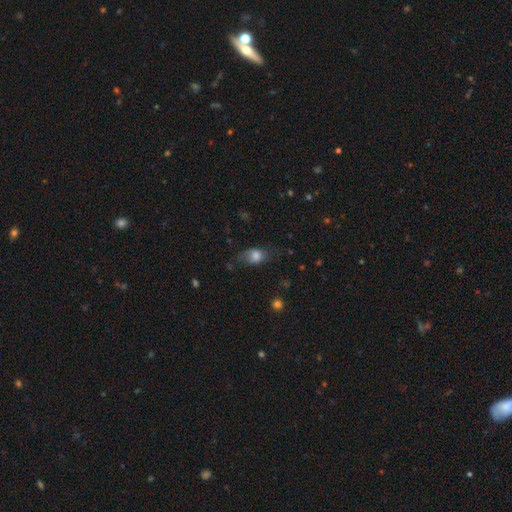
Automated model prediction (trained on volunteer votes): Smooth or featured?
  - smooth: 74% *
  - featured or disk: 16%
  - star or artifact: 9%
How rounded?
  - in between: 80% *
  - round: 17%
  - cigar-shaped: 3%
Merging?
  - none: 55% *
  - minor disturbance: 29%
  - major disturbance: 14%
  - merger: 2%